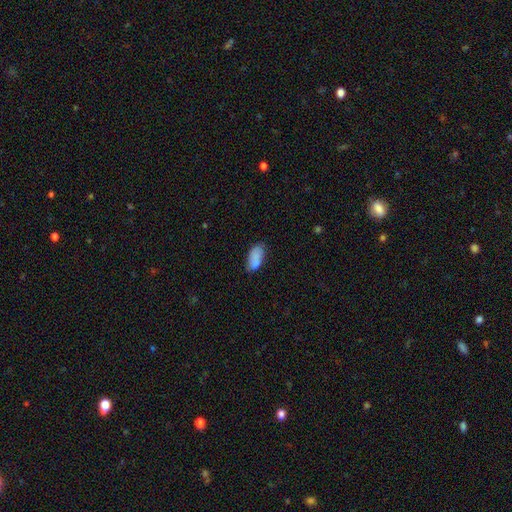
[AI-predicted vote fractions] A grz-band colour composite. It shows a smooth galaxy with no disk features (84%) that is in between round and cigar-shaped (92%). Merging: none (64%).